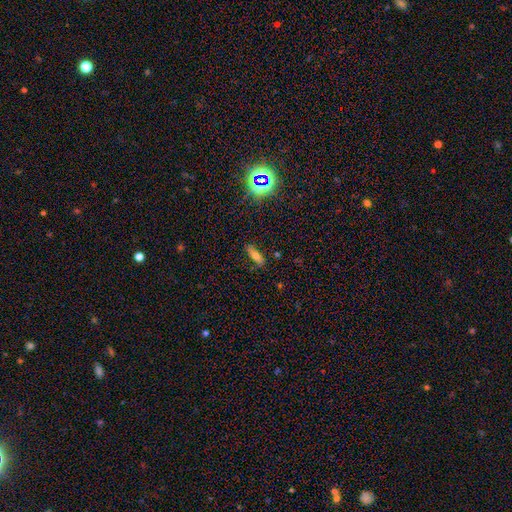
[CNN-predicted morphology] This appears to be a smooth galaxy with no disk features (59%) that is cigar-shaped (50%). Merging: none (82%).